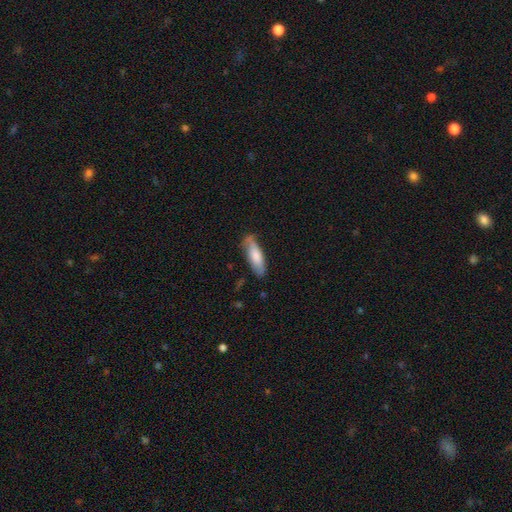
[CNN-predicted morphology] smooth_or_featured: smooth (p=0.75) [alt: featured or disk p=0.20]
how_rounded: cigar-shaped (p=0.51) [alt: in between p=0.48]
merging: none (p=0.76) [alt: minor disturbance p=0.19]